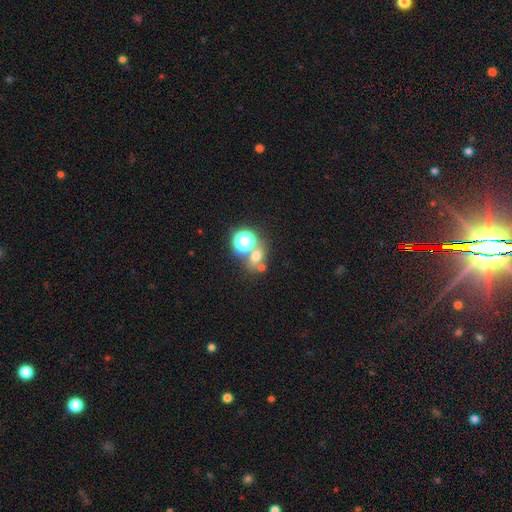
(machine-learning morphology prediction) This is possibly a smooth galaxy (58%). How rounded: likely round (62%). Merging: possibly none (52%).